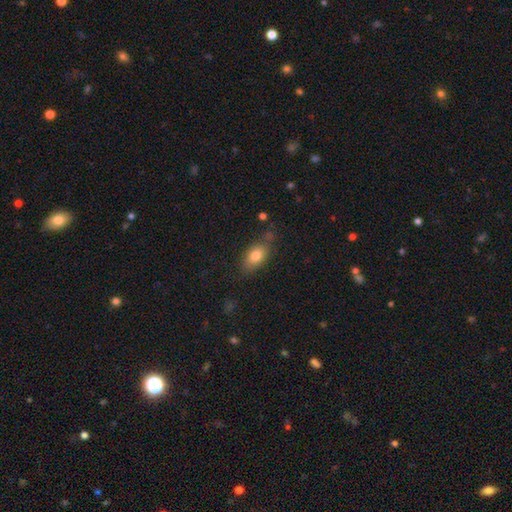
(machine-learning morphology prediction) smooth-or-featured: smooth: 79% | featured or disk: 13% | star or artifact: 8%
  how-rounded: in between: 86% | round: 9% | cigar-shaped: 6%
  merging: none: 70% | minor disturbance: 21% | major disturbance: 5% | merger: 4%